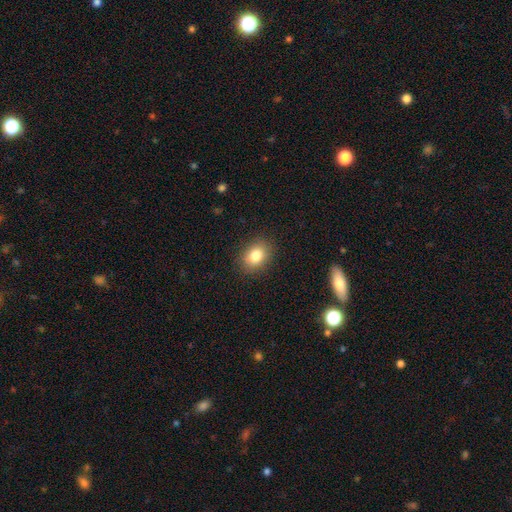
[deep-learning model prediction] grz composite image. It shows a smooth galaxy with no disk features (82%) that is in between round and cigar-shaped (63%). Merging: none (88%).